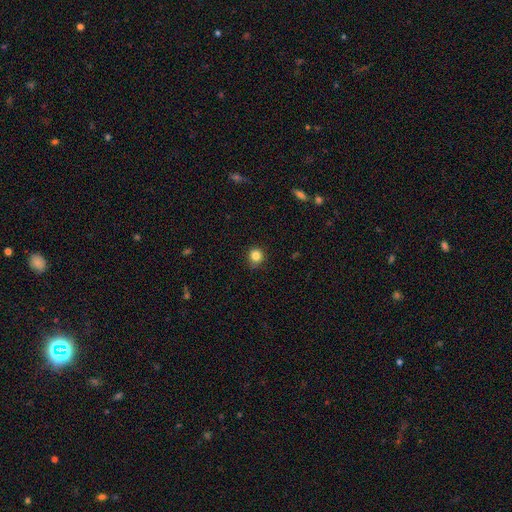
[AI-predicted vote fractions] Morphology: type=smooth (84%); roundness=round (91%); merging=none (88%).